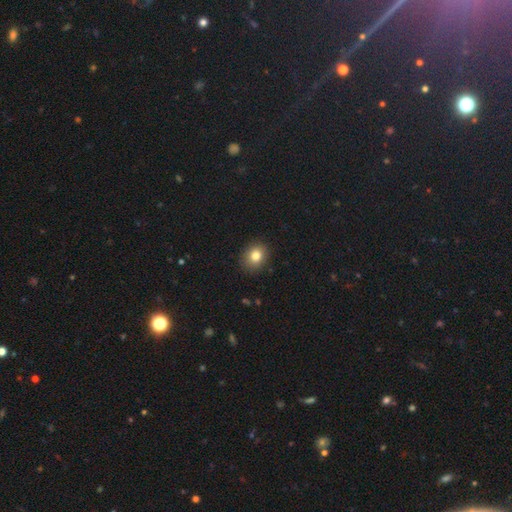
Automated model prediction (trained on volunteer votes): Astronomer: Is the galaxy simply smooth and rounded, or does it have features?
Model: smooth — 81%.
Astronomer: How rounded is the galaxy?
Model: round — 59% (runner-up: in between, 41%).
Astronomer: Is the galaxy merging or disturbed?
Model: none — 88%.